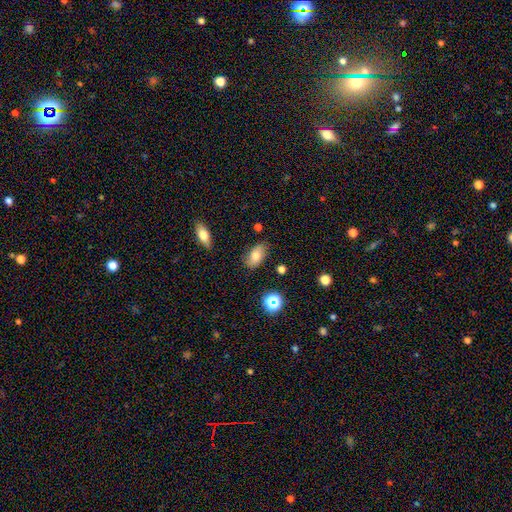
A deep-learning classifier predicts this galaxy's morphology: This appears to be a smooth galaxy with no disk features (74%) that is in between round and cigar-shaped (90%). Merging: none (79%).